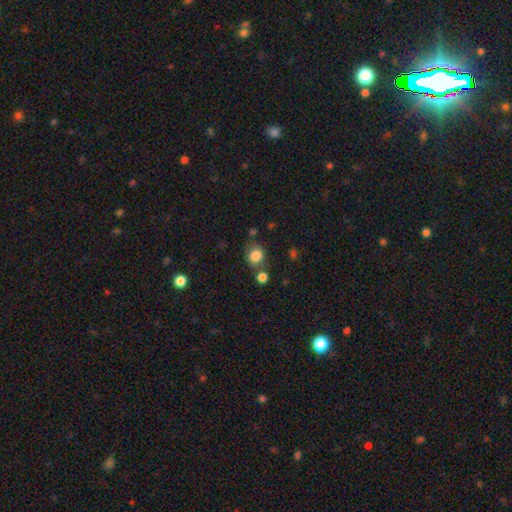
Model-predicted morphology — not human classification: Smooth or featured?
  - smooth: 83% *
  - star or artifact: 11%
  - featured or disk: 6%
How rounded?
  - round: 72% *
  - in between: 28%
  - cigar-shaped: 1%
Merging?
  - none: 68% *
  - minor disturbance: 14%
  - merger: 14%
  - major disturbance: 5%